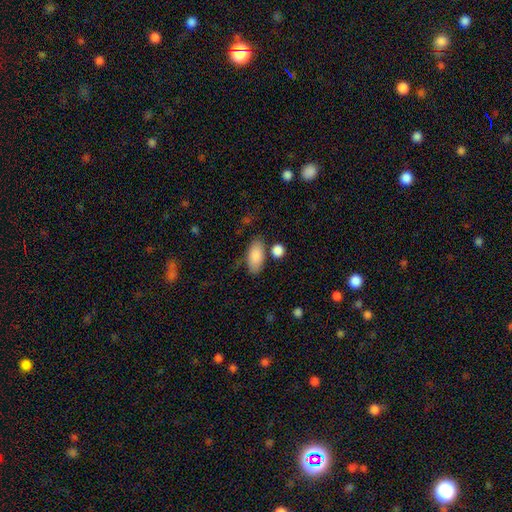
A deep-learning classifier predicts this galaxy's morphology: Smooth or featured: smooth — 87% (featured or disk — 7%)
How rounded: in between — 91% (cigar-shaped — 5%)
Merging: none — 71% (minor disturbance — 15%)